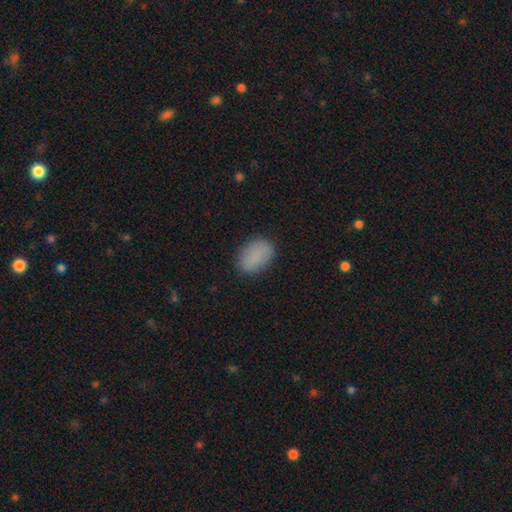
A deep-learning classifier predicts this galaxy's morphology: This is clearly a smooth galaxy (86%). How rounded: clearly in between (87%). Merging: clearly none (84%).